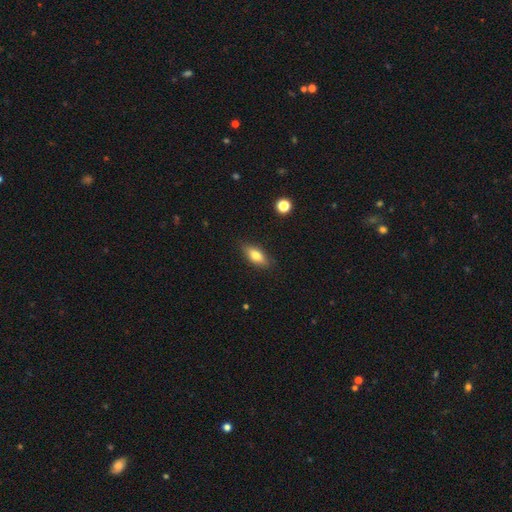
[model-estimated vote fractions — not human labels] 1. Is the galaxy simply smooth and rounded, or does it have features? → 69% smooth, 23% featured or disk, 8% star or artifact.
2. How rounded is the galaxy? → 74% in between, 22% cigar-shaped, 4% round.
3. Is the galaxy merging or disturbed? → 85% none, 11% minor disturbance, 2% major disturbance, 1% merger.